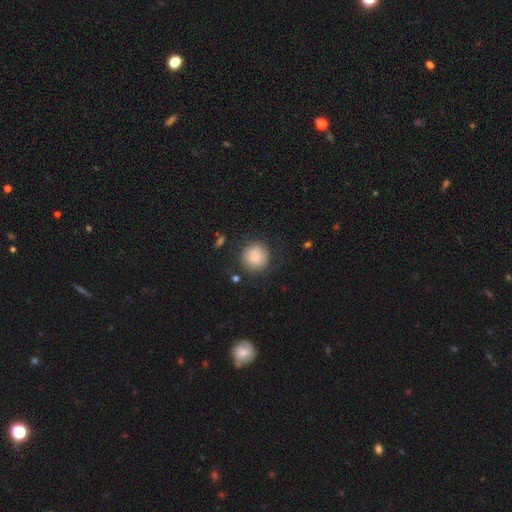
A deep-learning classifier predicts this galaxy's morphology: A smooth galaxy with no disk features (79%) that is round (94%). Merging: none (76%).